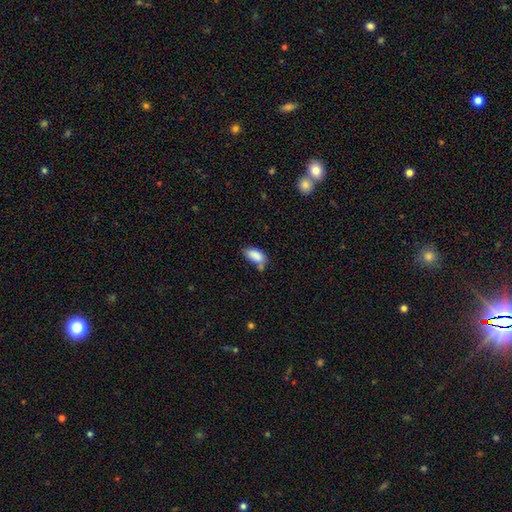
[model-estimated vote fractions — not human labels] Smooth or featured? Predicted: smooth (p=0.86). How rounded? Predicted: in between (p=0.90). Merging? Predicted: none (p=0.50).